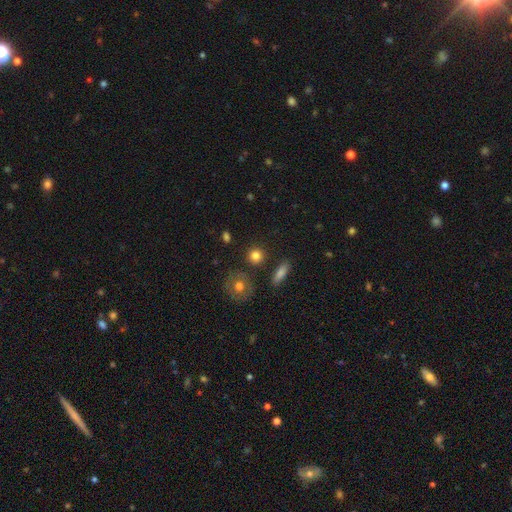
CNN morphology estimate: Q: Smooth or featured?
A: smooth (82%); runner-up: star or artifact (10%)
Q: How rounded?
A: round (87%); runner-up: in between (11%)
Q: Merging?
A: none (84%); runner-up: minor disturbance (8%)